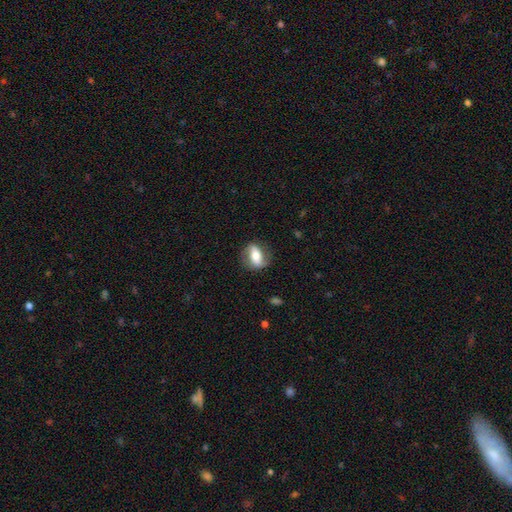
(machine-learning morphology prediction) Smooth or featured?
  - featured or disk: 53% *
  - smooth: 41%
  - star or artifact: 7%
Edge-on disk?
  - no: 83% *
  - yes: 17%
Merging?
  - none: 79% *
  - minor disturbance: 14%
  - major disturbance: 5%
  - merger: 1%